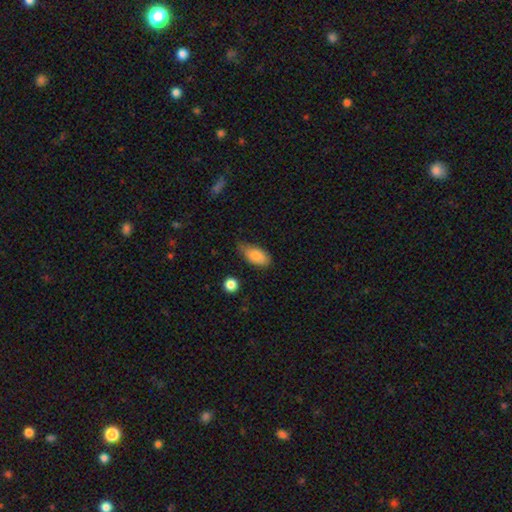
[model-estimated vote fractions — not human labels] smooth 81%, featured or disk 12%, star or artifact 7%. Down the decision tree: how rounded — in between (91%); merging — none (52%).